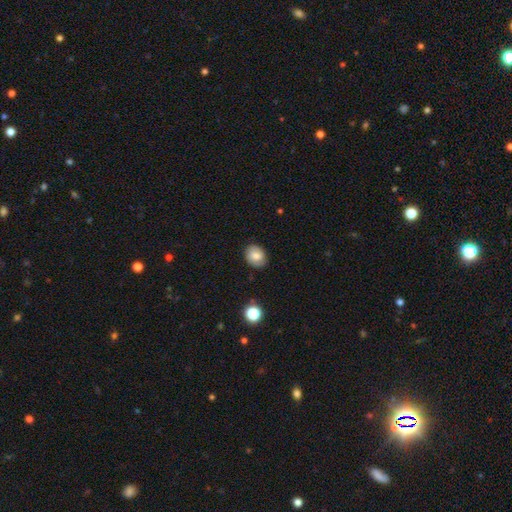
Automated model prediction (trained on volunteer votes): Q: Smooth or featured?
A: smooth (71%); runner-up: featured or disk (19%)
Q: How rounded?
A: round (58%); runner-up: in between (41%)
Q: Merging?
A: none (82%); runner-up: minor disturbance (14%)